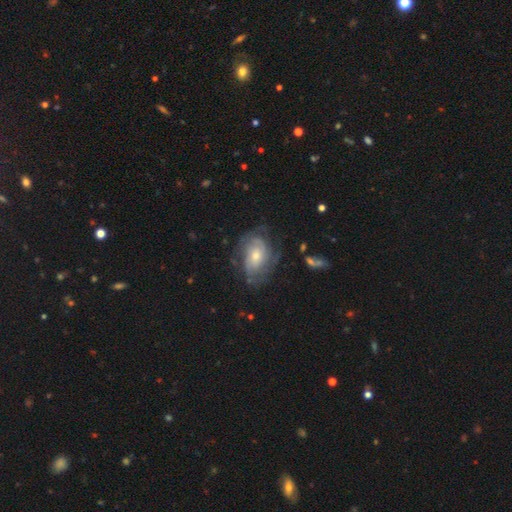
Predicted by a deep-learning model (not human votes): This is likely a featured or disk galaxy (73%). It is clearly not viewed edge-on (96%). Bar: likely no (71%). Spiral arm pattern: clearly yes (86%). Spiral arm count: marginally can't tell (43%). Spiral winding: possibly tight (53%). Central bulge: possibly moderate (49%). Merging: likely none (64%).